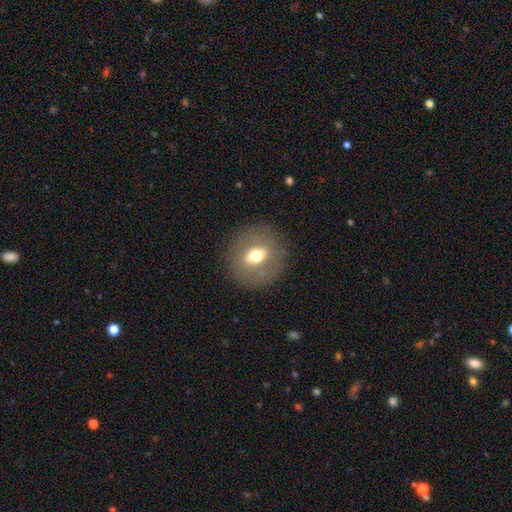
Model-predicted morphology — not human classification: smooth_or_featured: smooth (p=0.52) [alt: featured or disk p=0.39]
how_rounded: round (p=0.73) [alt: in between p=0.26]
merging: none (p=0.83) [alt: minor disturbance p=0.10]